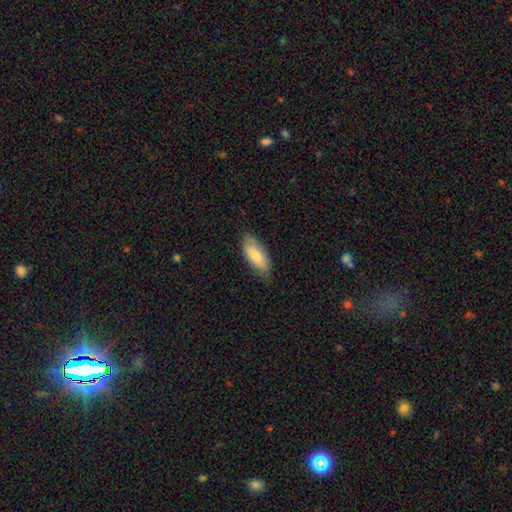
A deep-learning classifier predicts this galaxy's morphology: smooth-or-featured: smooth: 72% | featured or disk: 22% | star or artifact: 6%
  how-rounded: in between: 87% | cigar-shaped: 11% | round: 2%
  merging: none: 76% | minor disturbance: 20% | major disturbance: 4% | merger: 1%